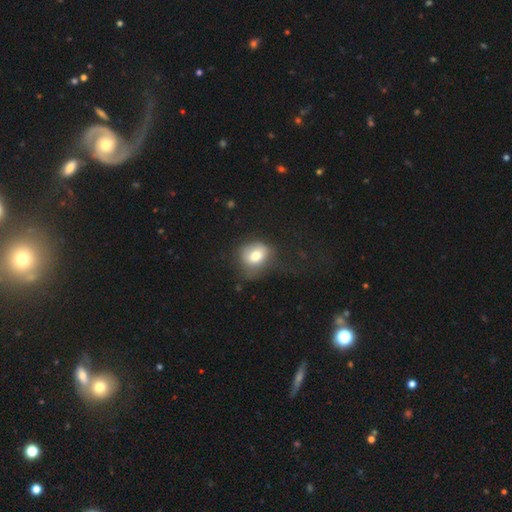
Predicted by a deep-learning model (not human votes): smooth-or-featured: smooth: 73% | featured or disk: 16% | star or artifact: 11%
  how-rounded: round: 61% | in between: 38% | cigar-shaped: 1%
  merging: none: 50% | minor disturbance: 29% | major disturbance: 19% | merger: 2%